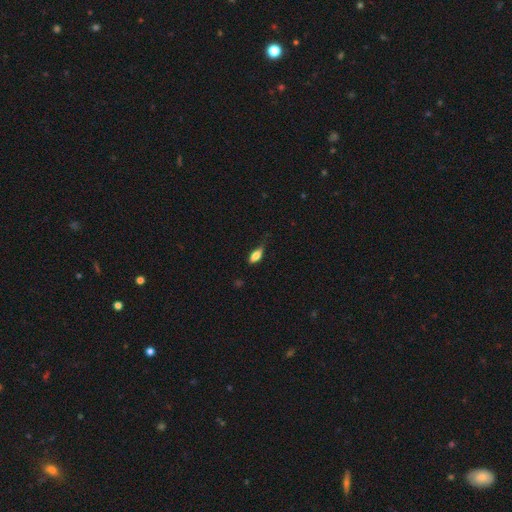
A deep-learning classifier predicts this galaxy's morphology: Smooth or featured: smooth — 78% (featured or disk — 14%)
How rounded: in between — 81% (cigar-shaped — 15%)
Merging: none — 58% (minor disturbance — 33%)